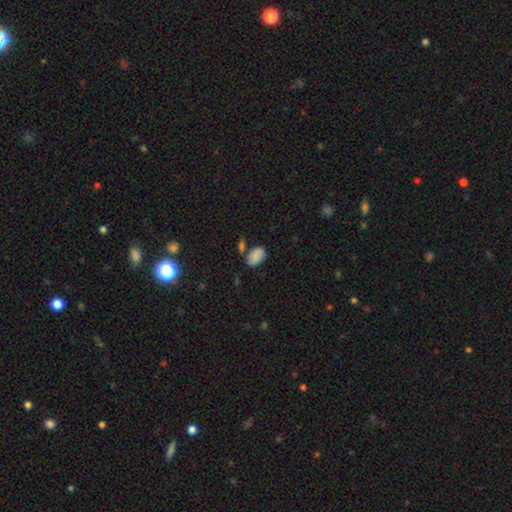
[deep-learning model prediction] smooth_or_featured: smooth (p=0.83) [alt: star or artifact p=0.09]
how_rounded: in between (p=0.90) [alt: round p=0.09]
merging: none (p=0.56) [alt: minor disturbance p=0.21]